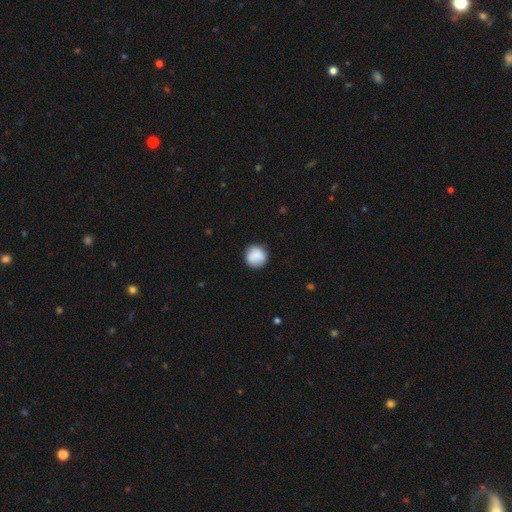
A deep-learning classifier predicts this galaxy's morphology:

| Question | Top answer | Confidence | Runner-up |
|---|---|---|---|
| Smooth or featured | smooth | 87% | star or artifact (7%) |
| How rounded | round | 93% | in between (6%) |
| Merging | none | 86% | minor disturbance (10%) |